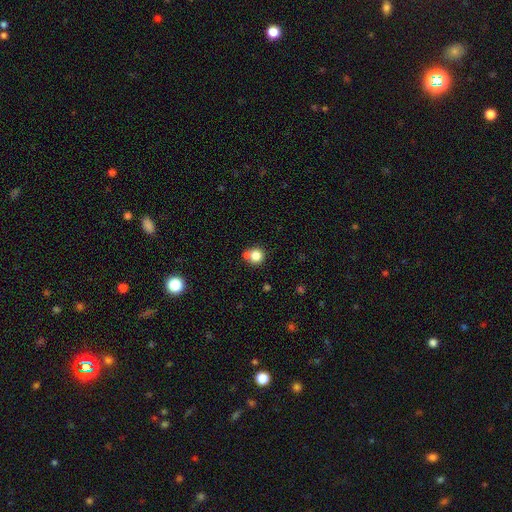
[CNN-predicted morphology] Smooth or featured?
  - smooth: 82% *
  - star or artifact: 11%
  - featured or disk: 8%
How rounded?
  - round: 91% *
  - in between: 8%
  - cigar-shaped: 1%
Merging?
  - none: 60% *
  - merger: 24%
  - minor disturbance: 12%
  - major disturbance: 4%